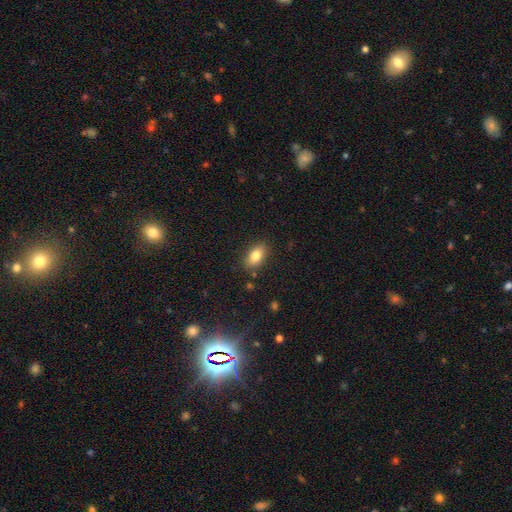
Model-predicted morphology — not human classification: A smooth galaxy with no disk features (82%) that is in between round and cigar-shaped (89%). Merging: none (85%).